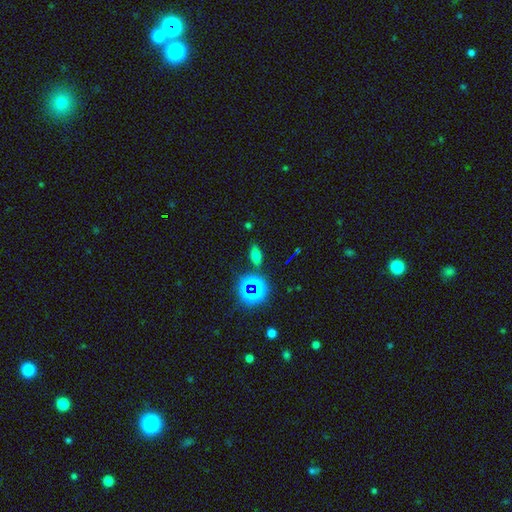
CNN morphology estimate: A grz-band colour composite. It shows a smooth galaxy with no disk features (61%) that is in between round and cigar-shaped (77%). Merging: none (81%).